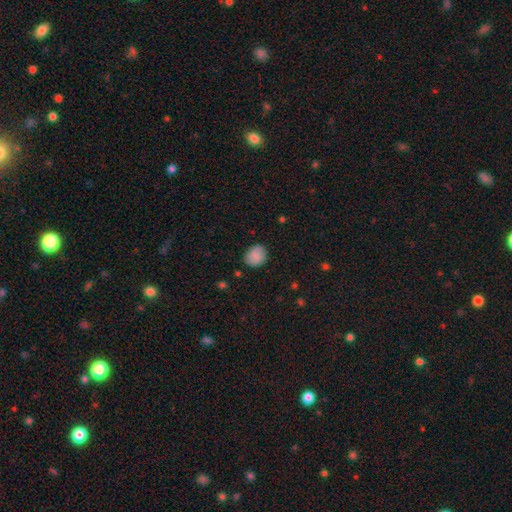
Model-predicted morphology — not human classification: Smooth or featured? smooth (85%)
How rounded? round (64%)
Merging? none (81%)